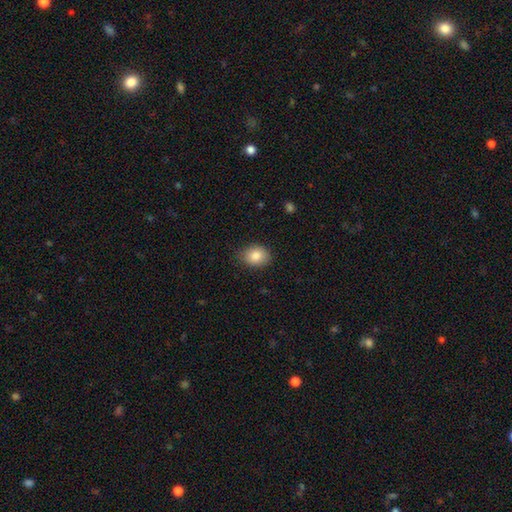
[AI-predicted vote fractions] Smooth or featured: smooth — 85% (star or artifact — 9%)
How rounded: in between — 54% (round — 45%)
Merging: none — 80% (minor disturbance — 16%)